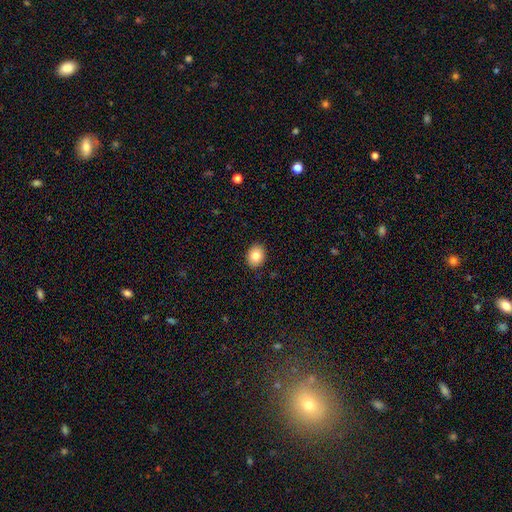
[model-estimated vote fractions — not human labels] Smooth or featured? smooth (82%)
How rounded? in between (55%)
Merging? none (90%)